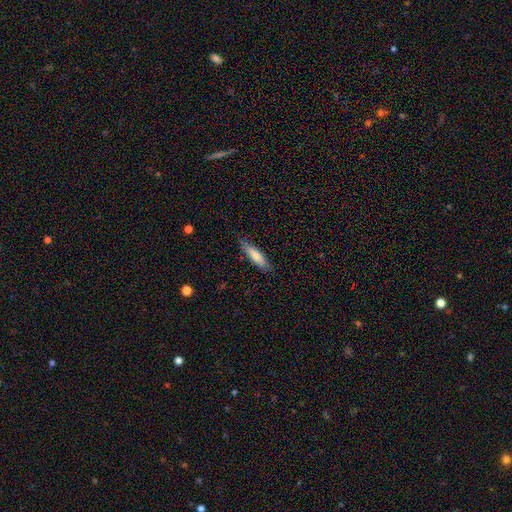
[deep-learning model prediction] The model was most divided on "how rounded": cigar-shaped: 71%, in between: 27%, round: 1%. More confident: merging — none (81%); smooth or featured — smooth (78%).